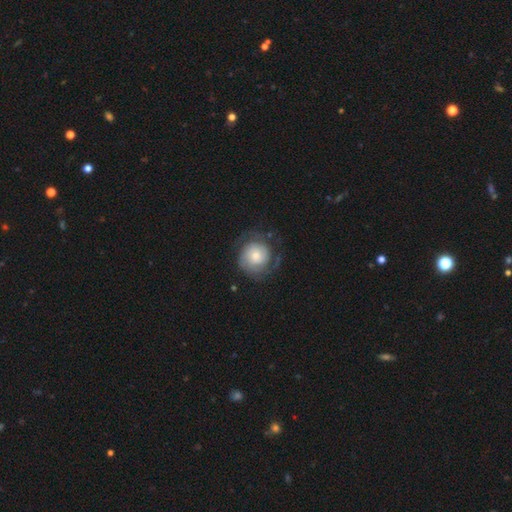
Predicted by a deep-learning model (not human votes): A featured or disk galaxy (67%) with no bar (78%), 2 (48%) tight (61%) spiral arms (91%) and a small central bulge (42%). Merging: none (65%).